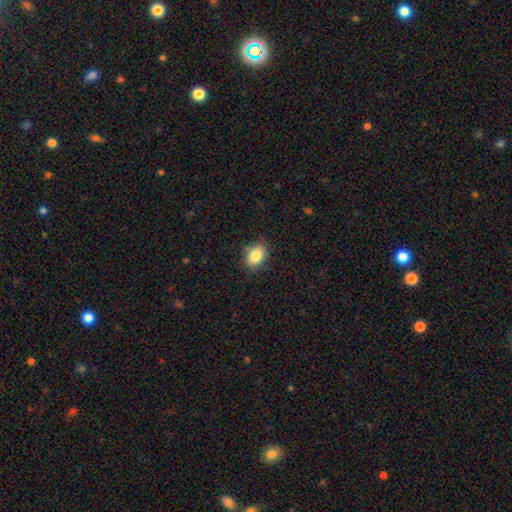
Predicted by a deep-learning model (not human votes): smooth_or_featured: smooth (p=0.85) [alt: star or artifact p=0.08]
how_rounded: in between (p=0.72) [alt: round p=0.27]
merging: none (p=0.84) [alt: minor disturbance p=0.12]